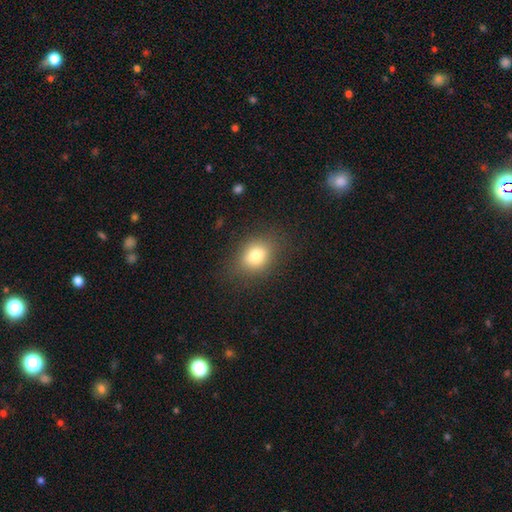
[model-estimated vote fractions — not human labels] This is likely a smooth galaxy (78%). How rounded: possibly in between (52%). Merging: clearly none (82%).